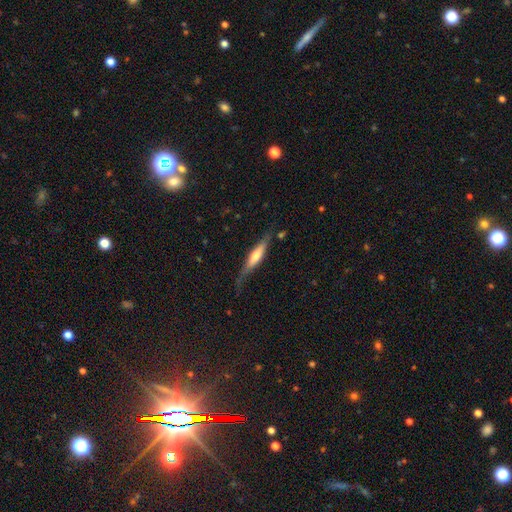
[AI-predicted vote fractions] smooth-or-featured: featured or disk: 52% | smooth: 43% | star or artifact: 5%
  disk-edge-on: yes: 87% | no: 13%
  merging: none: 61% | minor disturbance: 25% | major disturbance: 11% | merger: 3%